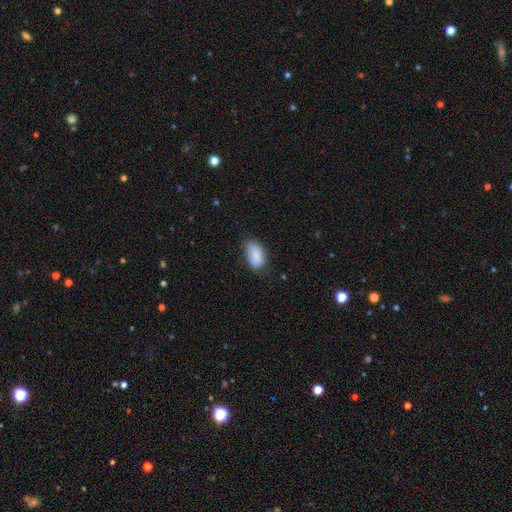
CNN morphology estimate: type=smooth (85%); roundness=in between (93%); merging=none (58%).